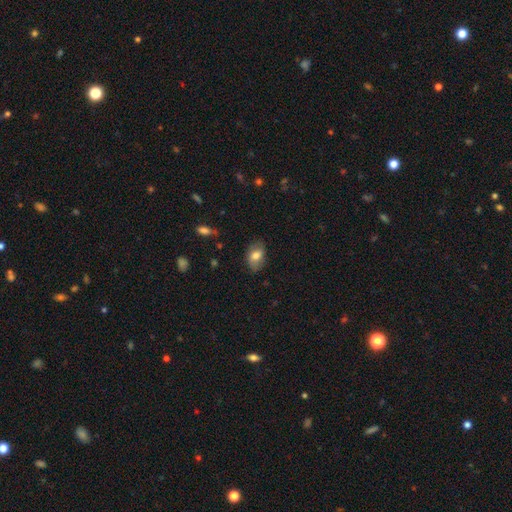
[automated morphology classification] The model was most divided on "smooth or featured": smooth: 73%, featured or disk: 20%, star or artifact: 8%. More confident: how rounded — in between (87%); merging — none (78%).